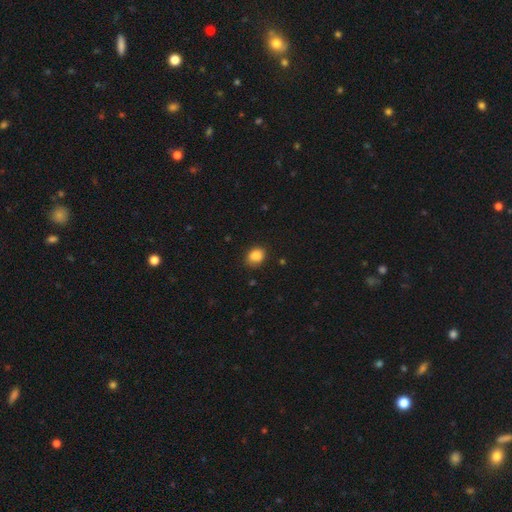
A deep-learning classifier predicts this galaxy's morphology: smooth 87%, star or artifact 9%, featured or disk 4%. Down the decision tree: how rounded — round (51%); merging — none (79%).